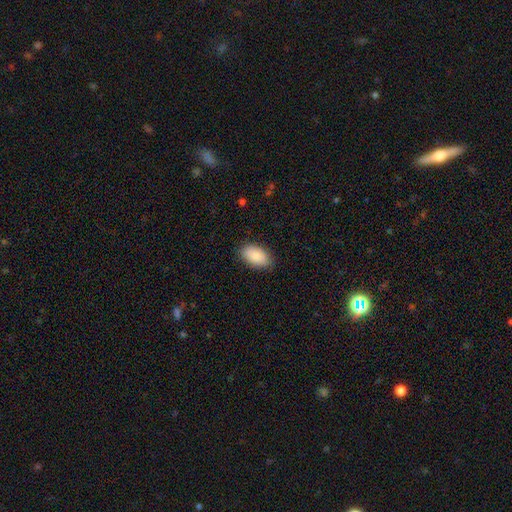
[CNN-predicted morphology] smooth-or-featured: smooth: 88% | star or artifact: 6% | featured or disk: 6%
  how-rounded: in between: 95% | round: 4% | cigar-shaped: 2%
  merging: none: 86% | minor disturbance: 11% | major disturbance: 2% | merger: 1%